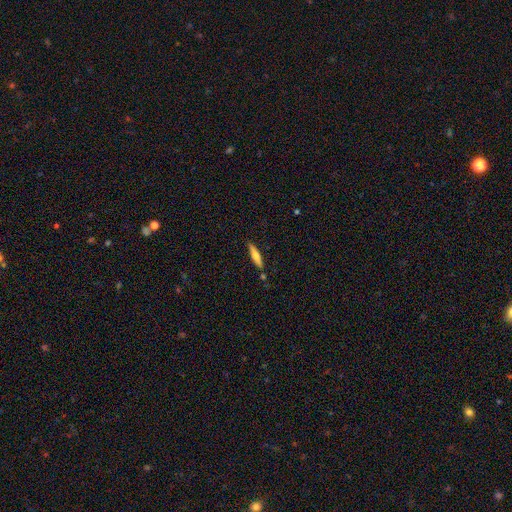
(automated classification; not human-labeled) Smooth or featured? smooth (51%)
How rounded? cigar-shaped (83%)
Merging? none (83%)